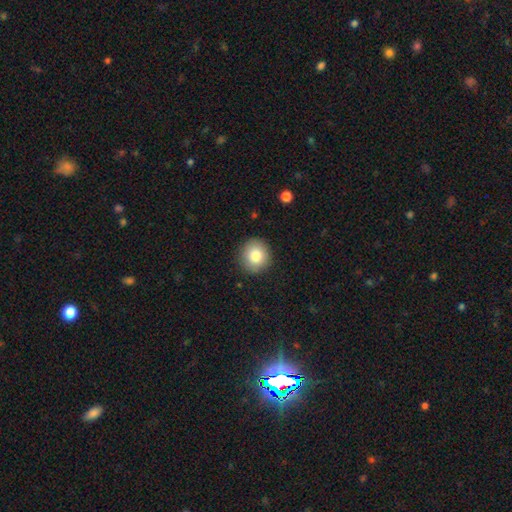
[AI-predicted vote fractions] smooth-or-featured: smooth: 83% | star or artifact: 9% | featured or disk: 9%
  how-rounded: round: 89% | in between: 10% | cigar-shaped: 1%
  merging: none: 90% | minor disturbance: 7% | major disturbance: 2% | merger: 1%